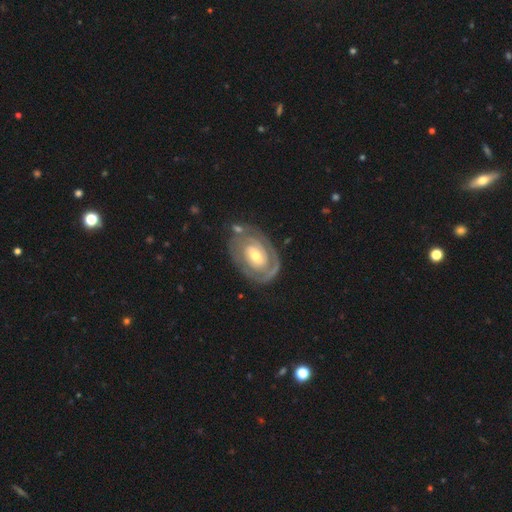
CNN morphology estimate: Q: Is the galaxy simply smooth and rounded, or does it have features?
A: featured or disk — 75%.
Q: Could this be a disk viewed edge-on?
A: no — 95%.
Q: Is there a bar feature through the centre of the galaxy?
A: no — 65%.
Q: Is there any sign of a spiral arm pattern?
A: yes — 70%.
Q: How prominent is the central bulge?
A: moderate — 55%.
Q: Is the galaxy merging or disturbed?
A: none — 68%.